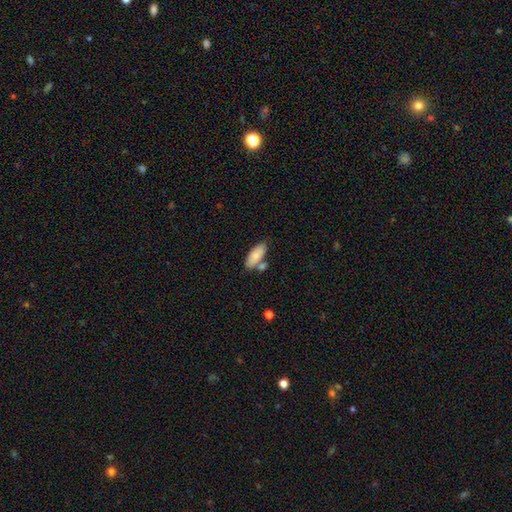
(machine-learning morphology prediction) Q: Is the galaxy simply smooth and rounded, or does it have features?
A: smooth — 82%.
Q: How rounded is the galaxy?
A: in between — 83%.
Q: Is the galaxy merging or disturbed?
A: none — 60%.